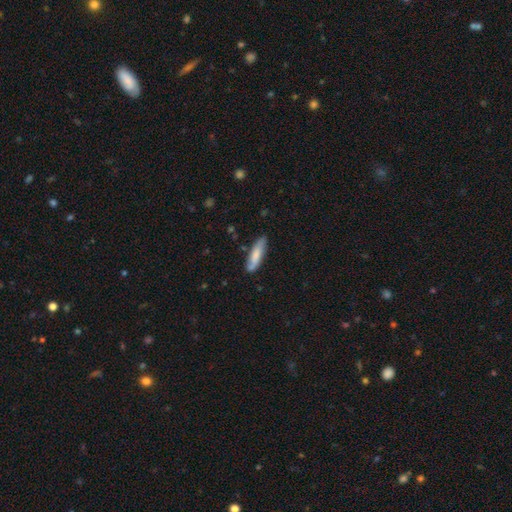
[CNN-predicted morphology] This is likely a smooth galaxy (70%). How rounded: likely cigar-shaped (65%). Merging: likely none (75%).